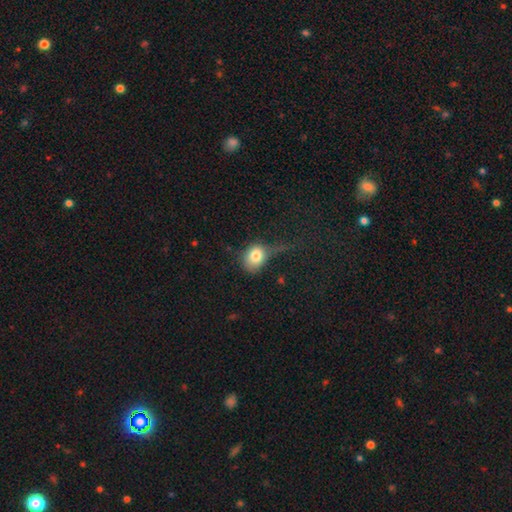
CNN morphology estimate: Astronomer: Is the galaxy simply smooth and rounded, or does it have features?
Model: smooth — 79%.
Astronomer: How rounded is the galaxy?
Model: round — 55% (runner-up: in between, 44%).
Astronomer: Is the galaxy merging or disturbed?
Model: none — 37% (runner-up: minor disturbance, 33%).